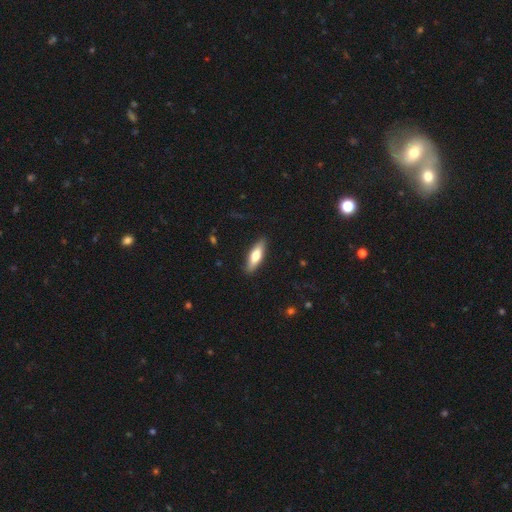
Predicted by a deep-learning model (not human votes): A smooth galaxy with no disk features (65%) that is cigar-shaped (54%). Merging: none (88%).